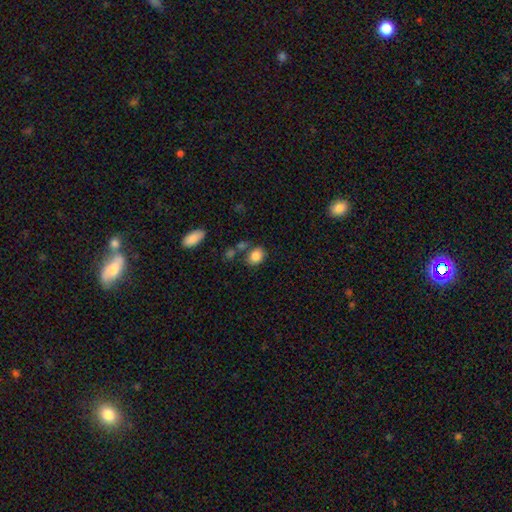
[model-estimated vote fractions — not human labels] smooth-or-featured: smooth: 85% | star or artifact: 9% | featured or disk: 6%
  how-rounded: in between: 57% | round: 42% | cigar-shaped: 1%
  merging: none: 64% | minor disturbance: 17% | merger: 13% | major disturbance: 6%